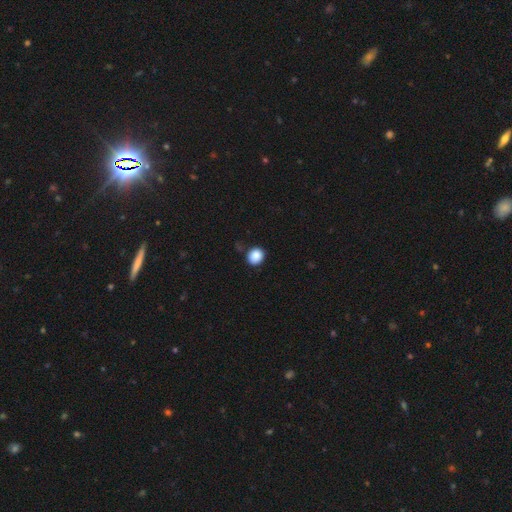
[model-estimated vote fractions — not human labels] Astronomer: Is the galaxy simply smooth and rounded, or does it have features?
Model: smooth — 88%.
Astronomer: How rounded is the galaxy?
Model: round — 79%.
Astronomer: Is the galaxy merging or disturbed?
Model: none — 84%.